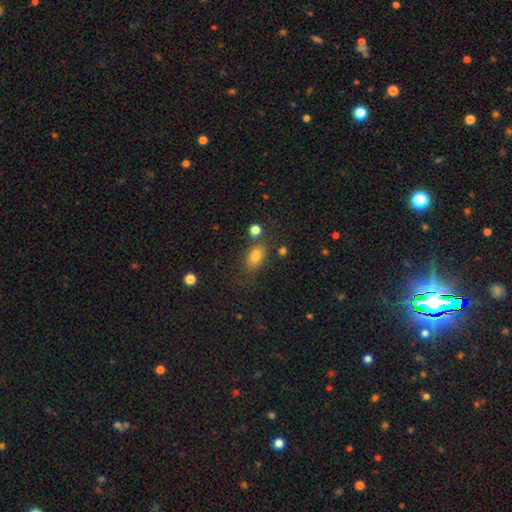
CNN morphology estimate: Smooth or featured?
  - smooth: 79% *
  - star or artifact: 12%
  - featured or disk: 9%
How rounded?
  - in between: 82% *
  - round: 13%
  - cigar-shaped: 5%
Merging?
  - none: 67% *
  - minor disturbance: 17%
  - merger: 9%
  - major disturbance: 7%